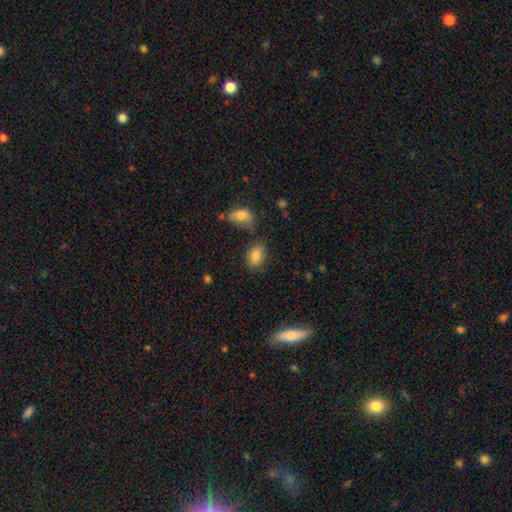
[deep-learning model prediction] A smooth galaxy with no disk features (81%) that is in between round and cigar-shaped (82%).

Vote fractions:
- Smooth or featured? smooth: 81% / featured or disk: 9% / star or artifact: 9%
- How rounded? in between: 82% / round: 17% / cigar-shaped: 1%
- Merging? none: 70% / minor disturbance: 17% / merger: 9% / major disturbance: 5%